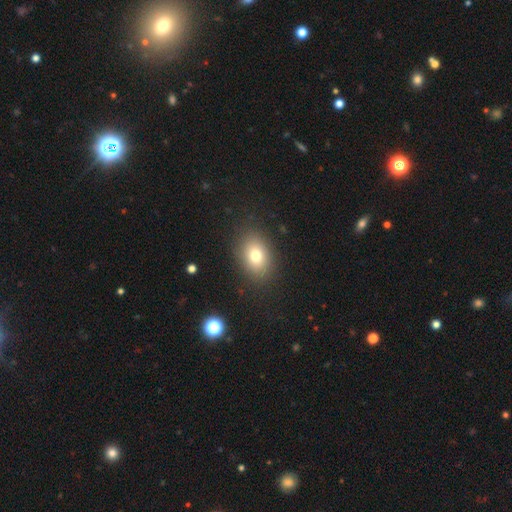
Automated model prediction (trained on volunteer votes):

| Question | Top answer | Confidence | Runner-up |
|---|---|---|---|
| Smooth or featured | smooth | 76% | star or artifact (12%) |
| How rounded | in between | 68% | round (31%) |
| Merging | none | 87% | minor disturbance (9%) |